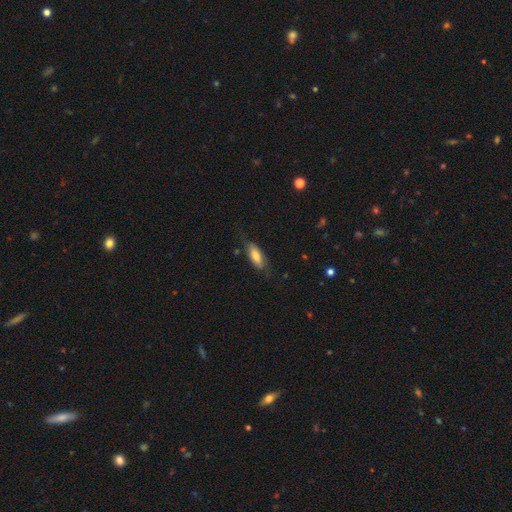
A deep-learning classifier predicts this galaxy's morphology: smooth-or-featured: smooth: 69% | featured or disk: 24% | star or artifact: 6%
  how-rounded: in between: 74% | cigar-shaped: 24% | round: 2%
  merging: none: 64% | minor disturbance: 25% | major disturbance: 9% | merger: 2%